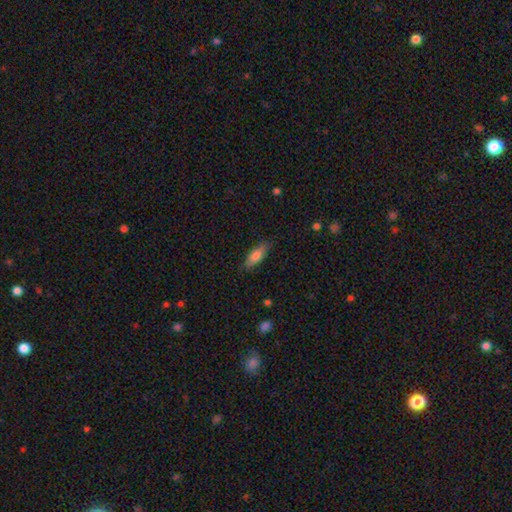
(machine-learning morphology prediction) A smooth galaxy with no disk features (77%) that is in between round and cigar-shaped (63%). Merging: none (81%).